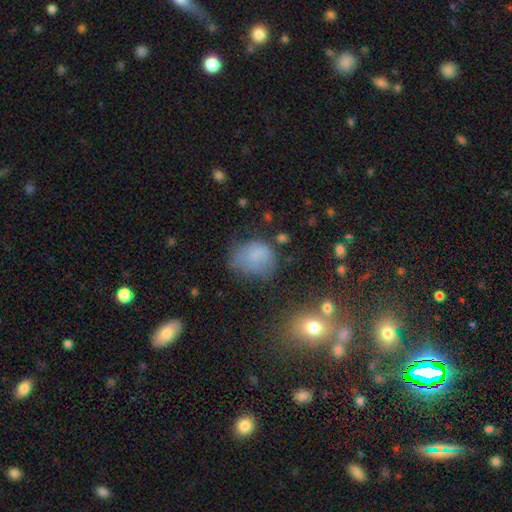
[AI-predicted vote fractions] A smooth galaxy with no disk features (71%) that is in between round and cigar-shaped (51%).

Vote fractions:
- Smooth or featured? smooth: 71% / featured or disk: 15% / star or artifact: 13%
- How rounded? in between: 51% / round: 48% / cigar-shaped: 1%
- Merging? none: 44% / minor disturbance: 32% / major disturbance: 20% / merger: 4%